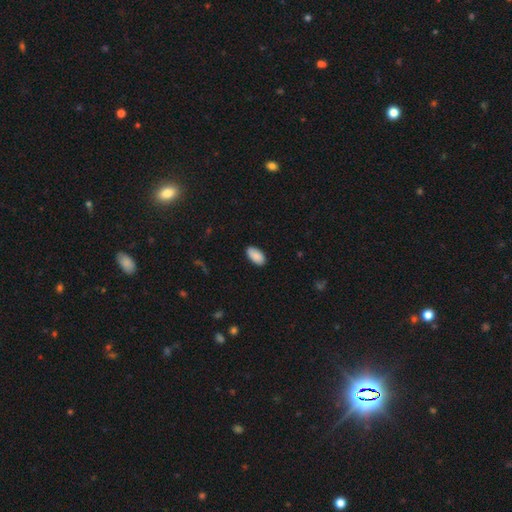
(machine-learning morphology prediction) Smooth or featured? smooth (90%)
How rounded? in between (95%)
Merging? none (87%)